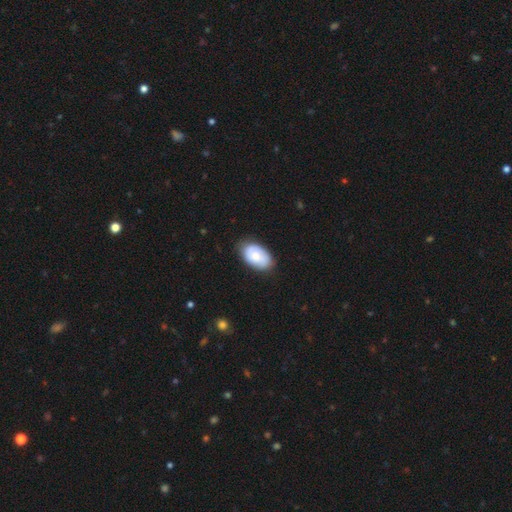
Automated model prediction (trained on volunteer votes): smooth-or-featured: smooth: 67% | featured or disk: 27% | star or artifact: 6%
  how-rounded: in between: 92% | round: 7% | cigar-shaped: 1%
  merging: none: 78% | minor disturbance: 18% | major disturbance: 4% | merger: 1%